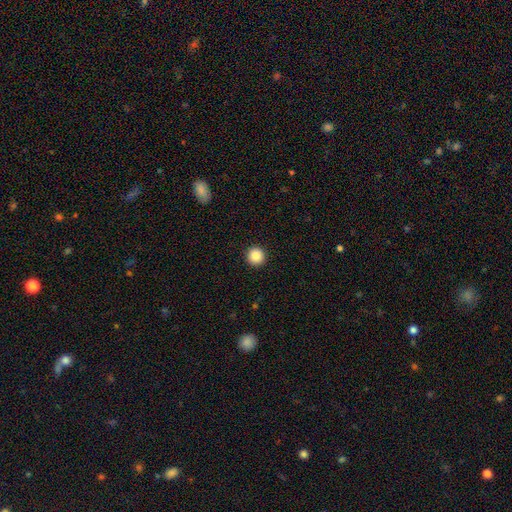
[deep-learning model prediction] Smooth or featured? Predicted: smooth (p=0.87). How rounded? Predicted: round (p=0.95). Merging? Predicted: none (p=0.93).